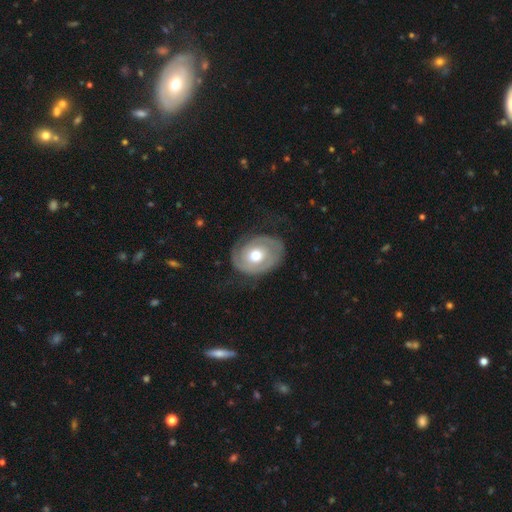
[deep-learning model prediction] Overall: featured or disk (72%). Edge-on disk: no (96%). Bar: no (81%). Spiral arms: yes (77%). Spiral arm count: 2 (46%; 1 23%). Spiral winding: tight (64%; medium 24%). Bulge size: moderate (75%). Merging: none (68%).